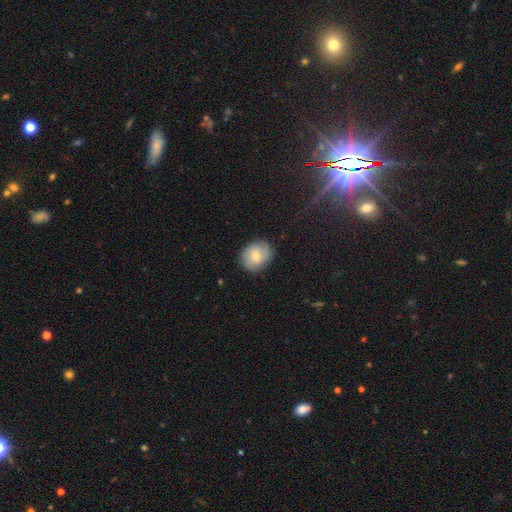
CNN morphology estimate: This is likely a smooth galaxy (62%). How rounded: likely round (64%). Merging: clearly none (81%).